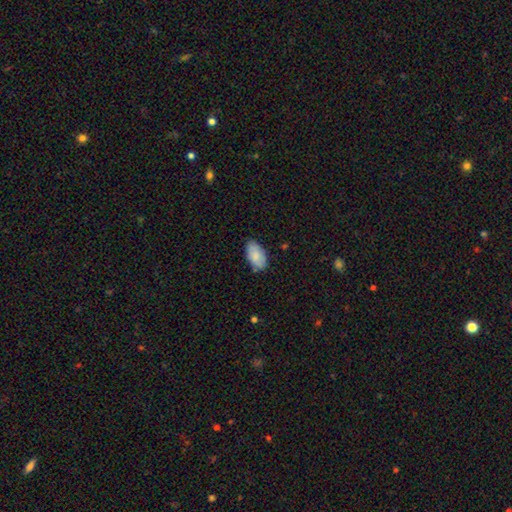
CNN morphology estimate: Smooth or featured: smooth — 85% (featured or disk — 9%)
How rounded: in between — 95% (round — 3%)
Merging: none — 81% (minor disturbance — 15%)